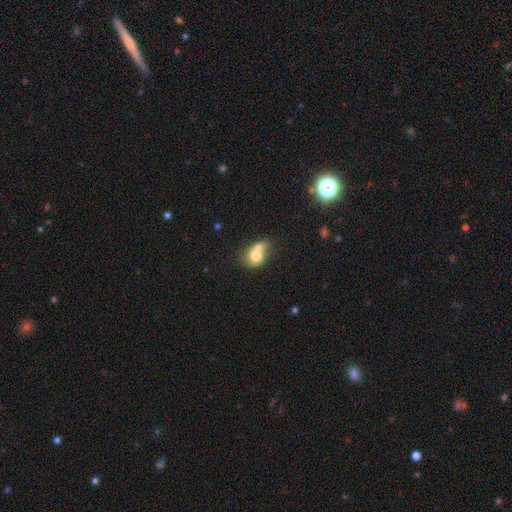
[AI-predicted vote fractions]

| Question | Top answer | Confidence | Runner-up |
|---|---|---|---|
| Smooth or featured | smooth | 66% | featured or disk (24%) |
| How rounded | round | 54% | in between (45%) |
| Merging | merger | 70% | none (18%) |